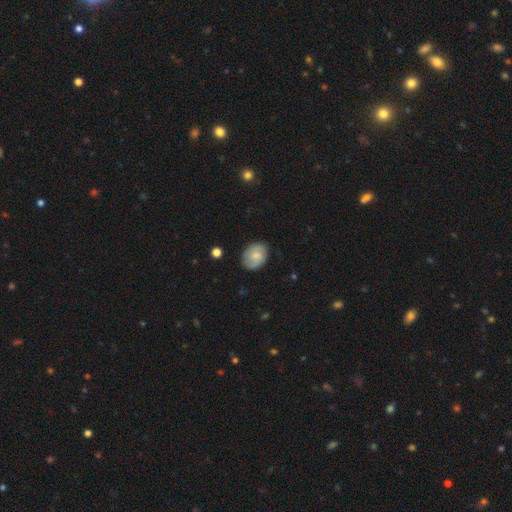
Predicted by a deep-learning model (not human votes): This is likely a smooth galaxy (64%). How rounded: possibly in between (54%). Merging: likely none (79%).